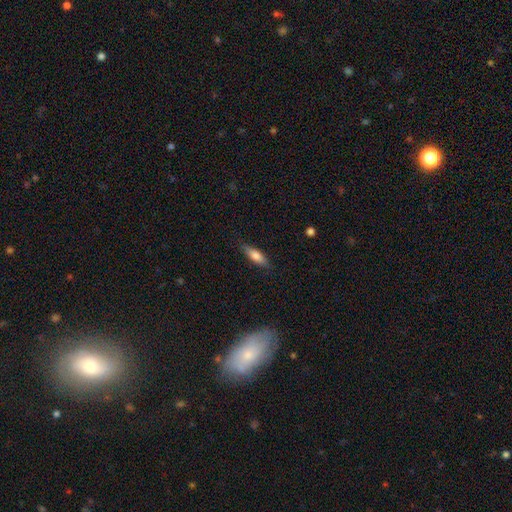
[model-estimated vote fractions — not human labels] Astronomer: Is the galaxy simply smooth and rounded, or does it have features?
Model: smooth — 75%.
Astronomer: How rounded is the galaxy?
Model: in between — 50% (runner-up: cigar-shaped, 47%).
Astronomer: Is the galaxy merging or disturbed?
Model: none — 83%.